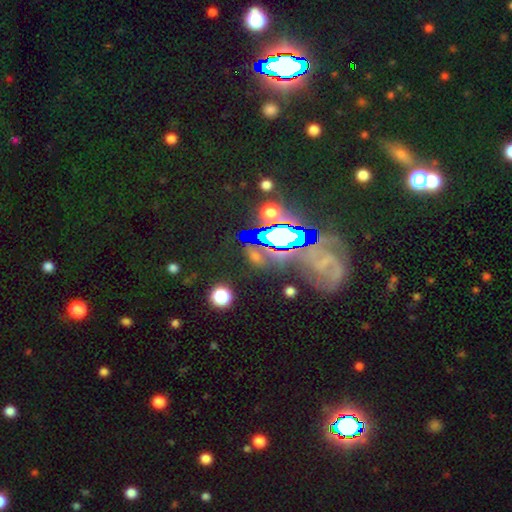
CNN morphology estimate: A star or artifact, not a galaxy (58%).